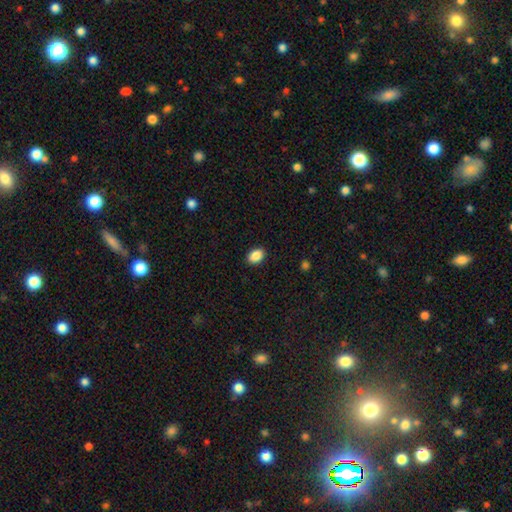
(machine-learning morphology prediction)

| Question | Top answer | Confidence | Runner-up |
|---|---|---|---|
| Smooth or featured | smooth | 88% | star or artifact (8%) |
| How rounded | in between | 74% | round (25%) |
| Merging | none | 90% | minor disturbance (7%) |